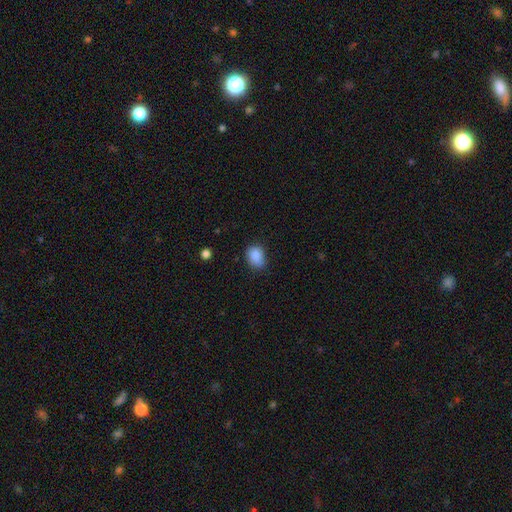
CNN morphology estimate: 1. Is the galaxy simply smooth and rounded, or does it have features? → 86% smooth, 9% star or artifact, 5% featured or disk.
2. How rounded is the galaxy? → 69% in between, 30% round, 1% cigar-shaped.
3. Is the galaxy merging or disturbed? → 64% none, 29% minor disturbance, 6% major disturbance, 2% merger.